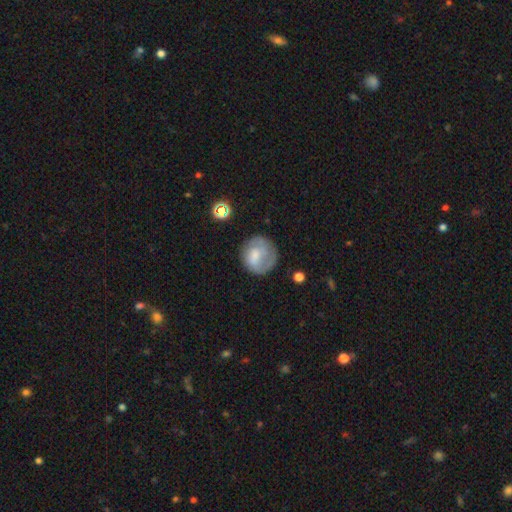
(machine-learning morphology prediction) This appears to be a smooth galaxy with no disk features (58%) that is round (86%). Merging: none (64%).